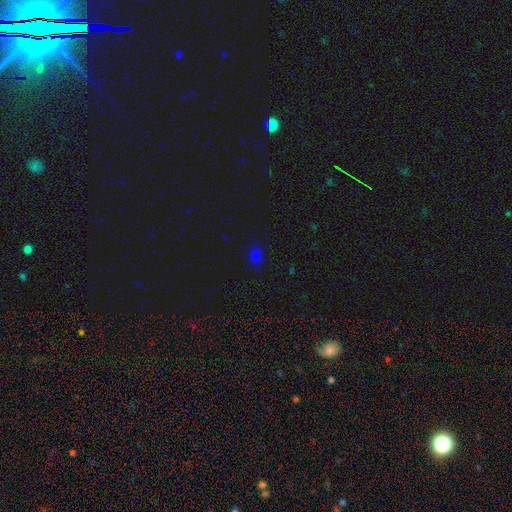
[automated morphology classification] Smooth or featured? smooth (73%)
How rounded? in between (52%)
Merging? none (82%)